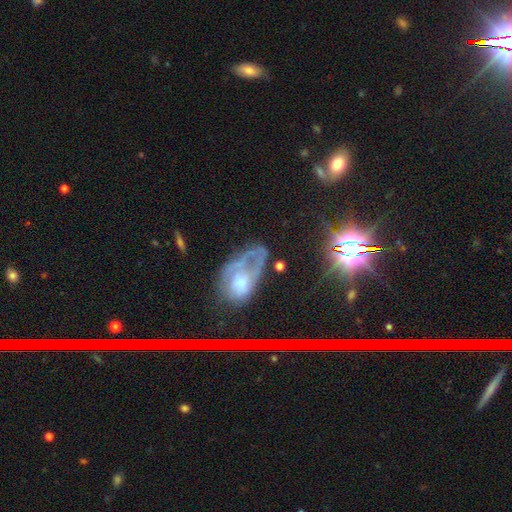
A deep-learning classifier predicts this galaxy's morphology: This is possibly a featured or disk galaxy (52%). It is clearly not viewed edge-on (91%). Merging: marginally none (36%).